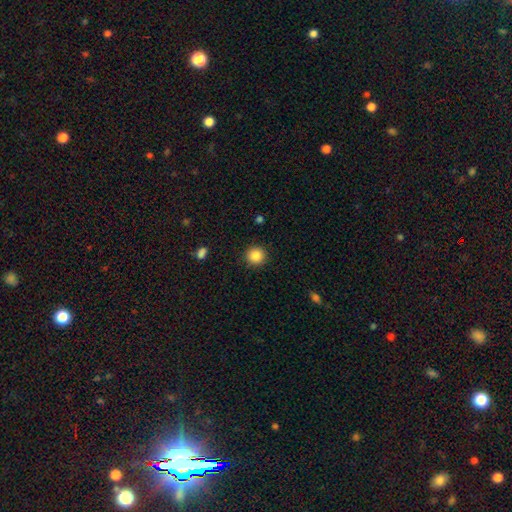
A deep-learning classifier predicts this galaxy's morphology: smooth_or_featured: smooth (p=0.87) [alt: star or artifact p=0.10]
how_rounded: round (p=0.94) [alt: in between p=0.05]
merging: none (p=0.91) [alt: minor disturbance p=0.06]